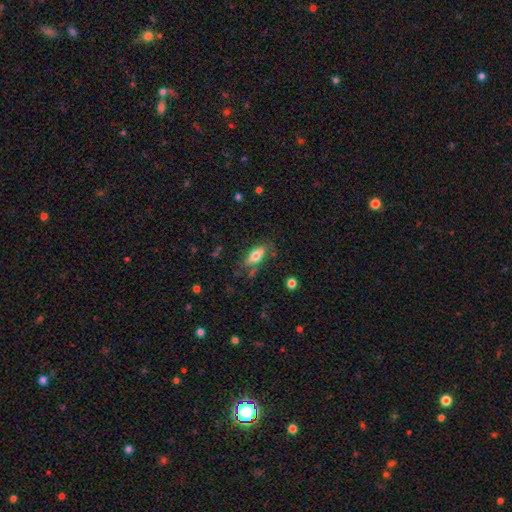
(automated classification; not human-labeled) Smooth or featured? smooth (71%)
How rounded? in between (80%)
Merging? none (66%)